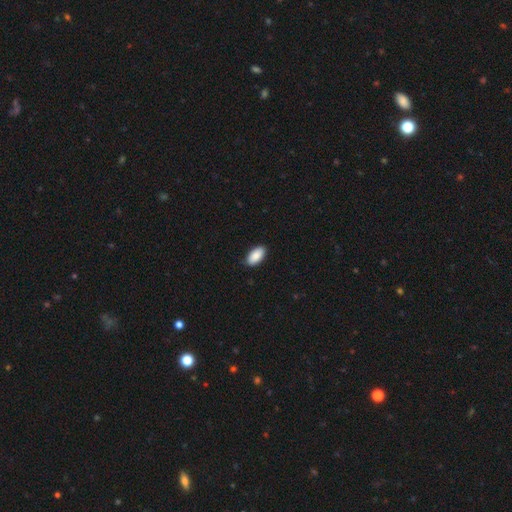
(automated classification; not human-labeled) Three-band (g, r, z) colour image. It shows a smooth galaxy with no disk features (90%) that is in between round and cigar-shaped (95%). Merging: none (89%).